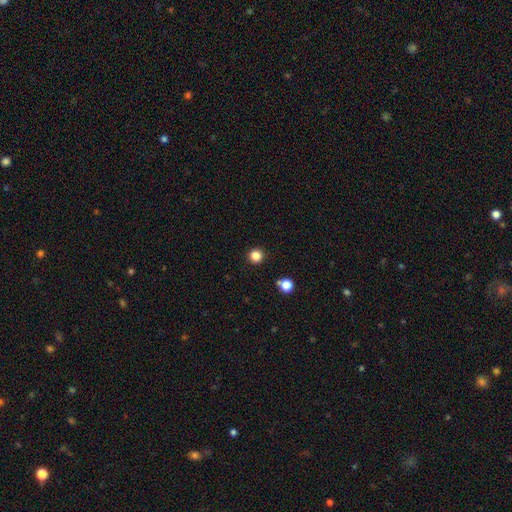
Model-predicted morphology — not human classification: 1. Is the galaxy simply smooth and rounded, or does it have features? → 84% smooth, 13% star or artifact, 3% featured or disk.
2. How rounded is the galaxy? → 96% round, 3% in between, 1% cigar-shaped.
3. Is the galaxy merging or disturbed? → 92% none, 5% minor disturbance, 2% merger, 2% major disturbance.